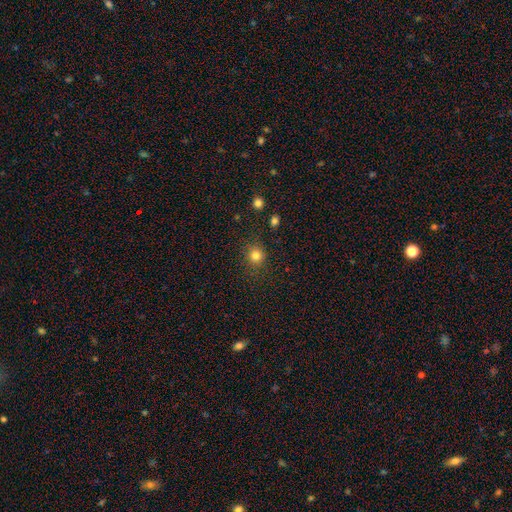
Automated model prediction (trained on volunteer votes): Smooth or featured?
  - smooth: 81% *
  - star or artifact: 13%
  - featured or disk: 5%
How rounded?
  - round: 88% *
  - in between: 11%
  - cigar-shaped: 1%
Merging?
  - none: 86% *
  - minor disturbance: 9%
  - major disturbance: 3%
  - merger: 2%